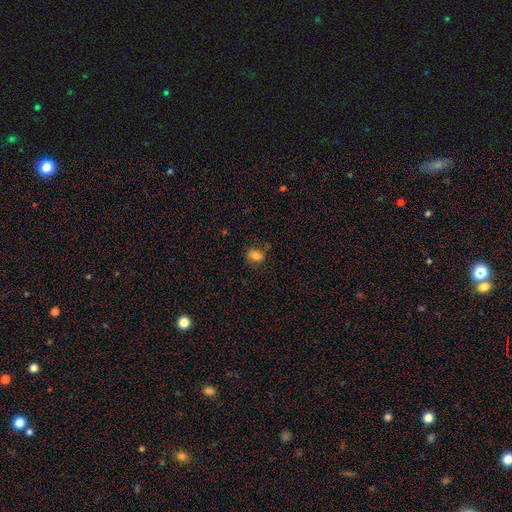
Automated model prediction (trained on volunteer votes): A smooth galaxy with no disk features (77%) that is in between round and cigar-shaped (58%). Merging: none (70%).